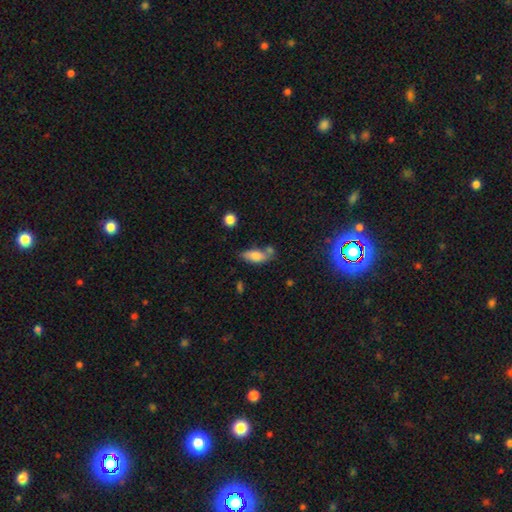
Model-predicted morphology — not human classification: smooth-or-featured: smooth: 73% | featured or disk: 18% | star or artifact: 9%
  how-rounded: in between: 78% | cigar-shaped: 18% | round: 3%
  merging: none: 51% | minor disturbance: 21% | merger: 21% | major disturbance: 7%